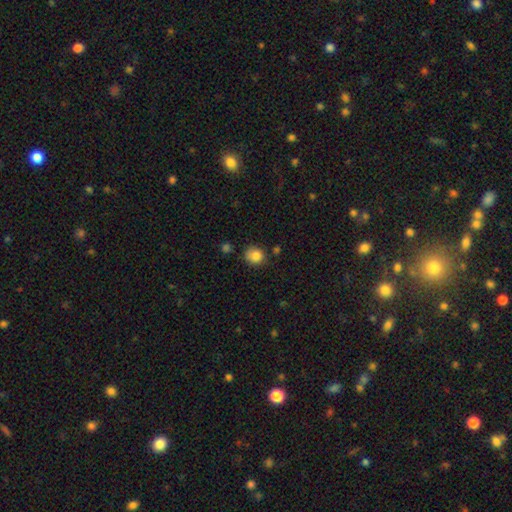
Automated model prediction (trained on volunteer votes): Smooth or featured? smooth (85%)
How rounded? round (80%)
Merging? none (74%)